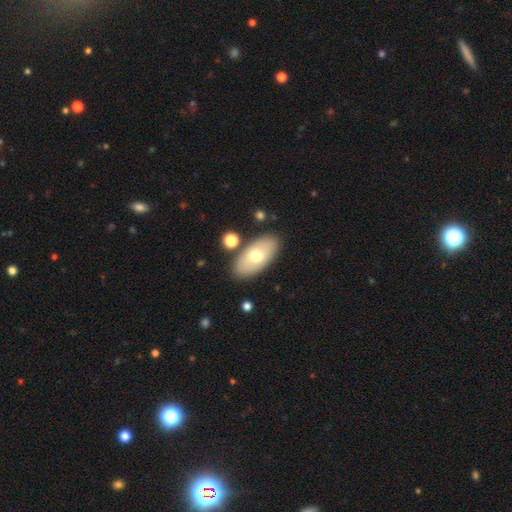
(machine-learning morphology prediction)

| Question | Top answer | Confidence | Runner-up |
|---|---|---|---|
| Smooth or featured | smooth | 67% | featured or disk (27%) |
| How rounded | in between | 93% | cigar-shaped (4%) |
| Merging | none | 83% | minor disturbance (10%) |